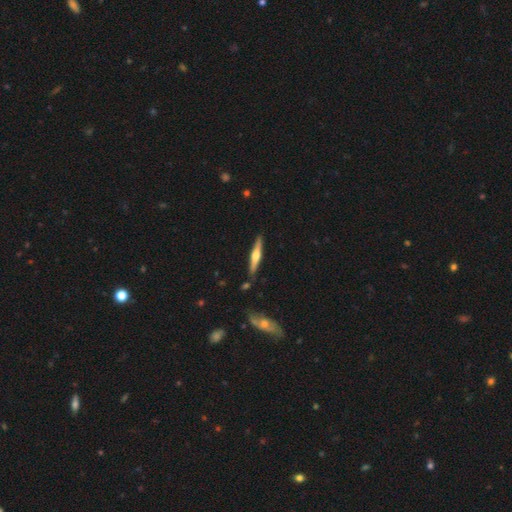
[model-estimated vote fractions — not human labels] Smooth or featured? Predicted: featured or disk (p=0.62). Edge-on disk? Predicted: yes (p=0.97). Edge-on bulge? Predicted: rounded (p=0.87). Merging? Predicted: none (p=0.86).